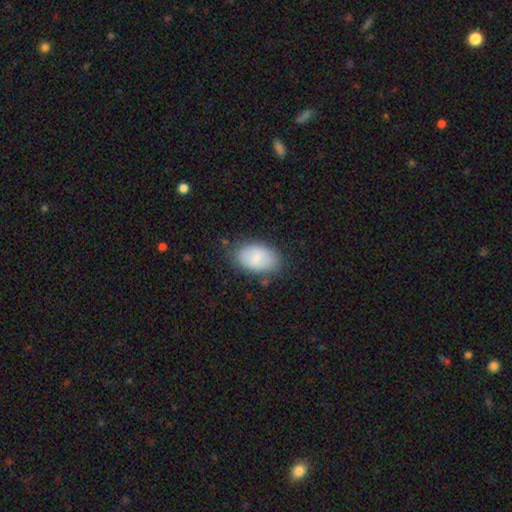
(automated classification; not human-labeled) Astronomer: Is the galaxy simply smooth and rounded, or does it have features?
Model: smooth — 79%.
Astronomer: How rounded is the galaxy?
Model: in between — 90%.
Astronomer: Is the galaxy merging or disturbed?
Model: none — 77%.